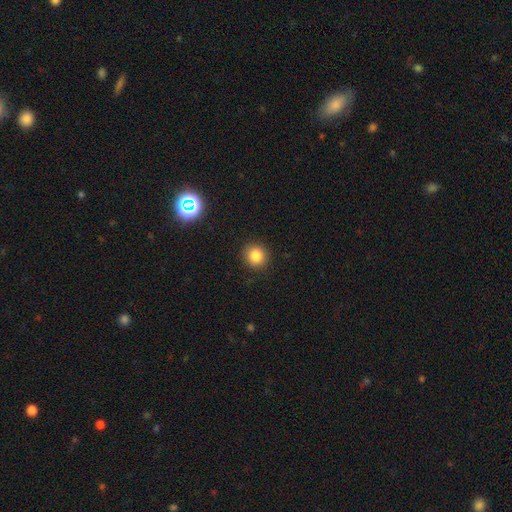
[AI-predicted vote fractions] Smooth or featured? smooth (83%)
How rounded? round (89%)
Merging? none (91%)